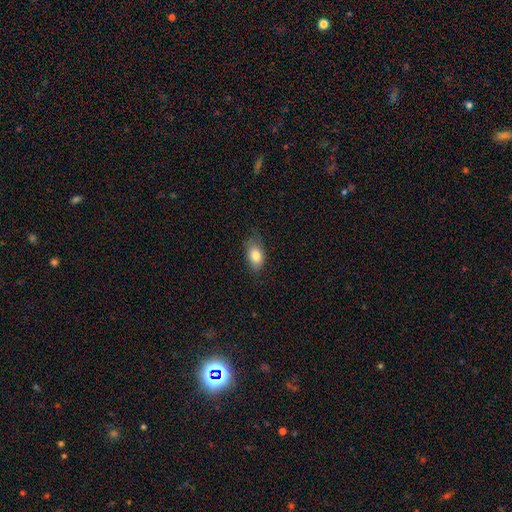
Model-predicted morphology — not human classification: This is clearly a smooth galaxy (81%). How rounded: clearly in between (88%). Merging: likely none (69%).